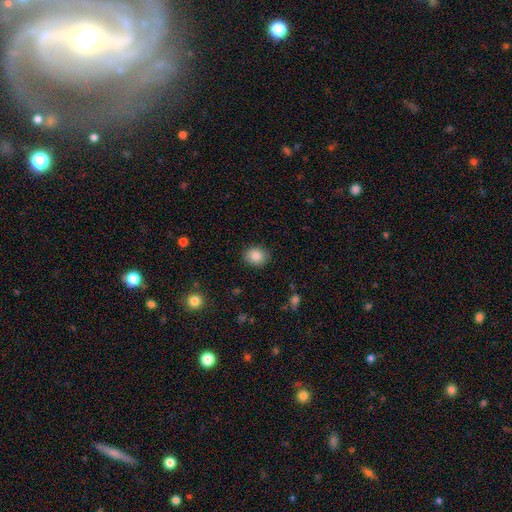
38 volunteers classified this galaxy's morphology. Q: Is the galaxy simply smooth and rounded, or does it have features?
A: smooth — 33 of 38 (87%).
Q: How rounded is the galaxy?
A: round — 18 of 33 (55%).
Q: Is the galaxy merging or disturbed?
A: none — 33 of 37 (89%).